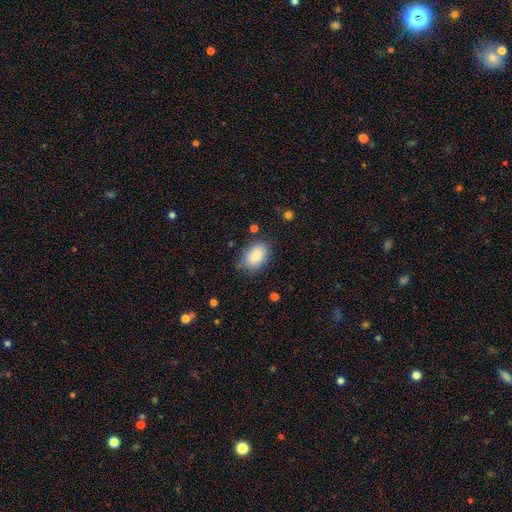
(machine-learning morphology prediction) smooth-or-featured: smooth: 87% | star or artifact: 7% | featured or disk: 6%
  how-rounded: in between: 87% | round: 12% | cigar-shaped: 1%
  merging: none: 73% | minor disturbance: 20% | major disturbance: 5% | merger: 2%